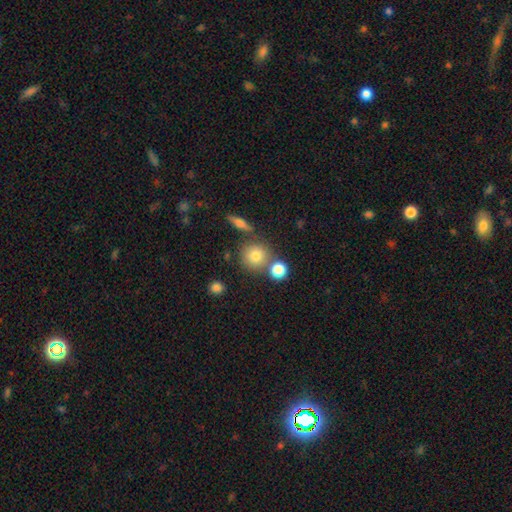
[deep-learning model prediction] The model was most divided on "merging": none: 69%, merger: 18%, minor disturbance: 10%, major disturbance: 3%. More confident: how rounded — round (90%); smooth or featured — smooth (77%).